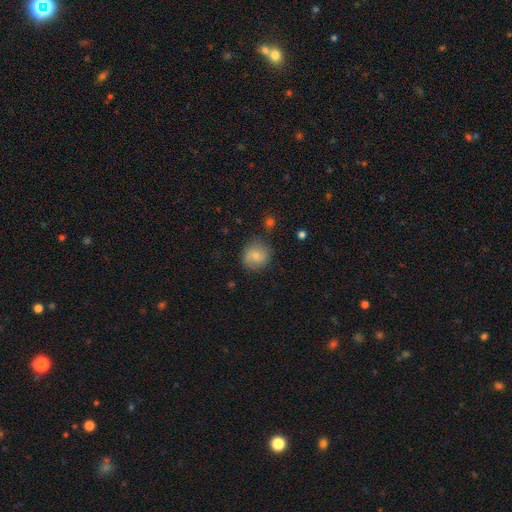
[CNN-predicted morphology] Smooth or featured? smooth (69%)
How rounded? round (87%)
Merging? none (76%)